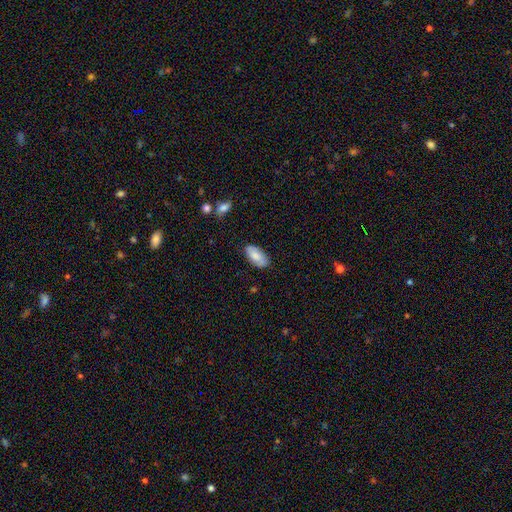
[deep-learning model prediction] Q: Smooth or featured?
A: smooth (78%); runner-up: featured or disk (16%)
Q: How rounded?
A: in between (93%); runner-up: cigar-shaped (5%)
Q: Merging?
A: none (83%); runner-up: minor disturbance (13%)